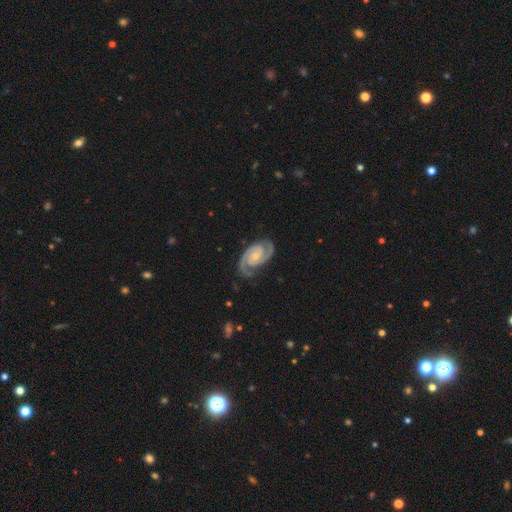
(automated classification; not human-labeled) smooth-or-featured: featured or disk: 93% | smooth: 4% | star or artifact: 4%
  disk-edge-on: no: 98% | yes: 2%
    bar: no: 56% | weak: 33% | strong: 11%
    has-spiral-arms: yes: 99% | no: 1%
      spiral-winding: tight: 56% | medium: 39% | loose: 5%
      spiral-arm-count: 2: 94% | can't tell: 2% | 3: 2% | 1: 1% | 4: 1% | more than 4: 1%
    bulge-size: small: 50% | moderate: 31% | none: 15% | large: 3% | dominant: 1%
  merging: none: 82% | minor disturbance: 13% | major disturbance: 4% | merger: 1%